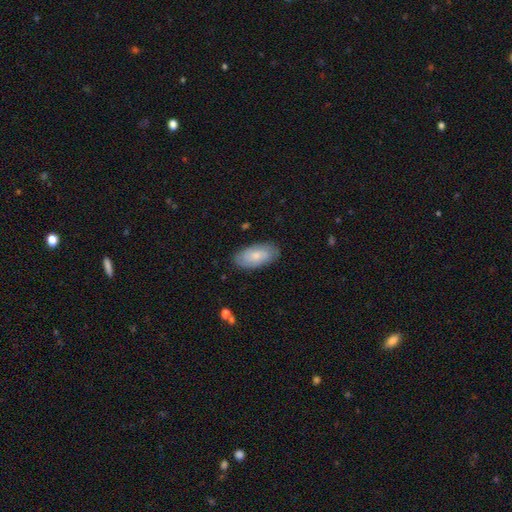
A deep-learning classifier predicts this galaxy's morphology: Q: Smooth or featured?
A: smooth (56%); runner-up: featured or disk (37%)
Q: How rounded?
A: in between (91%); runner-up: cigar-shaped (6%)
Q: Merging?
A: none (82%); runner-up: minor disturbance (14%)